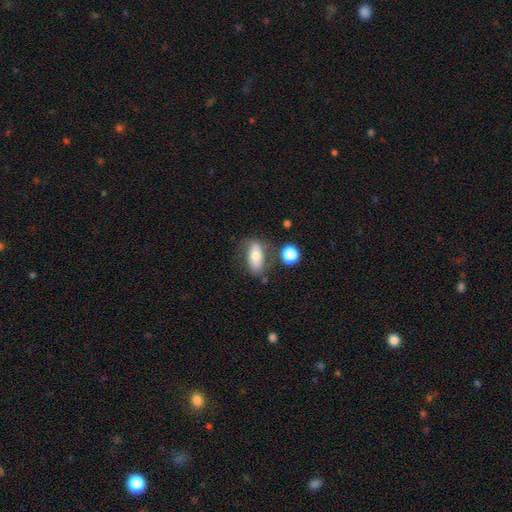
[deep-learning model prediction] Smooth or featured? Predicted: smooth (p=0.65). How rounded? Predicted: in between (p=0.80). Merging? Predicted: none (p=0.64).